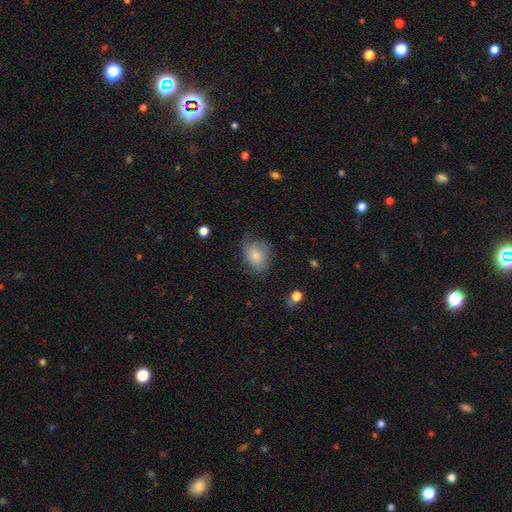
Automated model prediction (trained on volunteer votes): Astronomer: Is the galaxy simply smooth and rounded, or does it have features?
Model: smooth — 75%.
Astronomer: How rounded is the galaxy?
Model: in between — 63%.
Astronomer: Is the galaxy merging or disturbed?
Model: none — 60%.